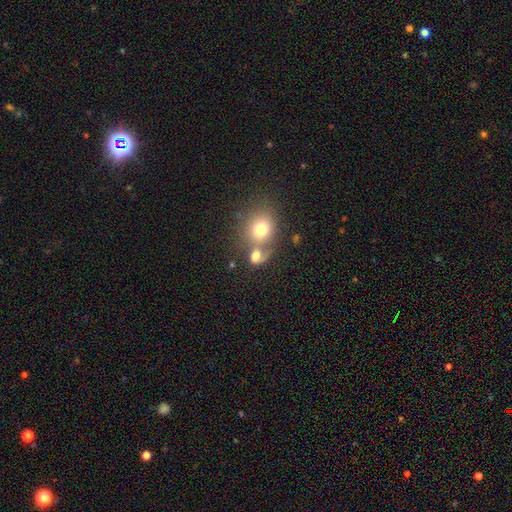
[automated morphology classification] type=smooth (69%); roundness=round (57%); merging=merger (52%).